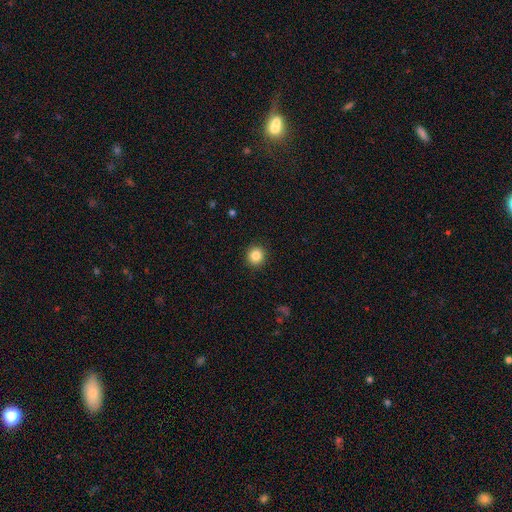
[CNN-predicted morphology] type=smooth (85%); roundness=round (93%); merging=none (92%).